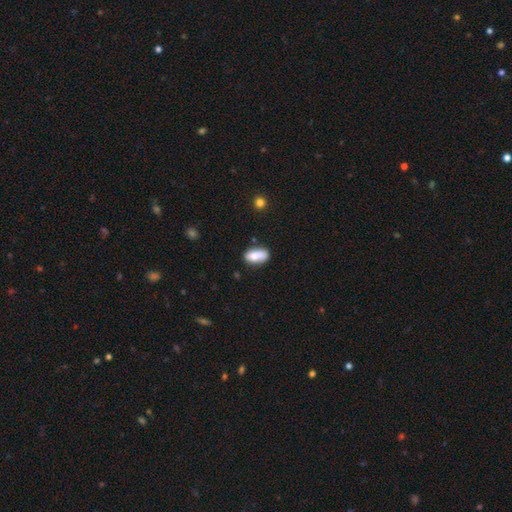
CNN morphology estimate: Smooth or featured? smooth (74%)
How rounded? in between (86%)
Merging? none (51%)